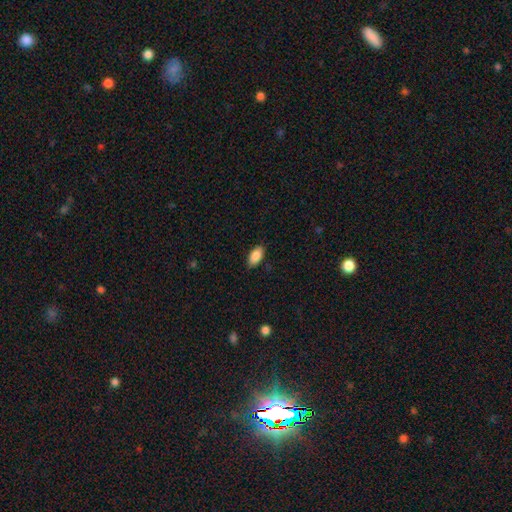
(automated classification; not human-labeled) This is clearly a smooth galaxy (87%). How rounded: clearly in between (92%). Merging: clearly none (85%).